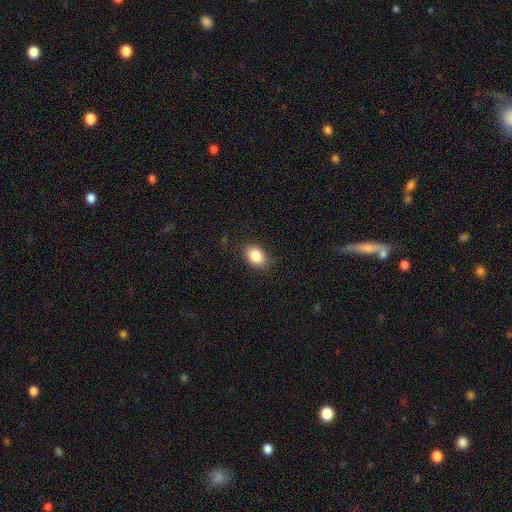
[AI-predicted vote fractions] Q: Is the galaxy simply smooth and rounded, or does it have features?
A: smooth — 85%.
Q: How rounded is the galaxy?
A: in between — 74%.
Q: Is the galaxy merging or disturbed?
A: none — 83%.